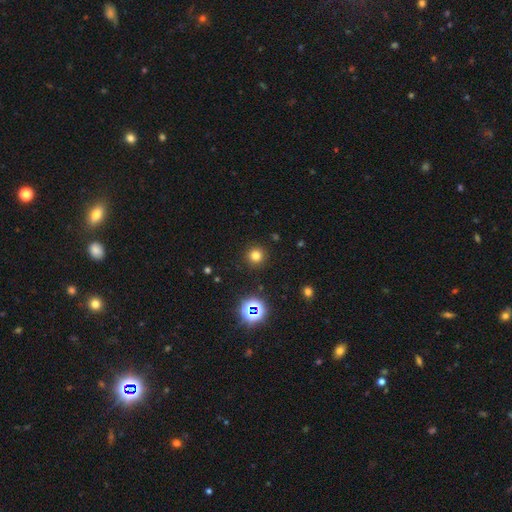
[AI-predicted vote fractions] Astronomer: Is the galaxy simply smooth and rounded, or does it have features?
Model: smooth — 75%.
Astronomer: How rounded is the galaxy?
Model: round — 95%.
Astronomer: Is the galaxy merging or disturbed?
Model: none — 91%.